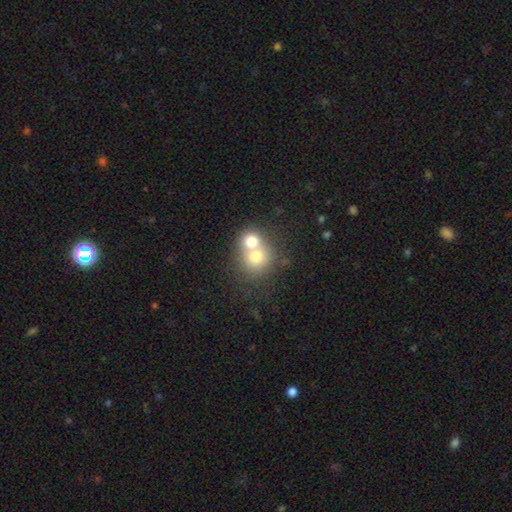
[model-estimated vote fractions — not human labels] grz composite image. It shows a smooth galaxy with no disk features (70%) that is round (77%). Merging: merger (66%).